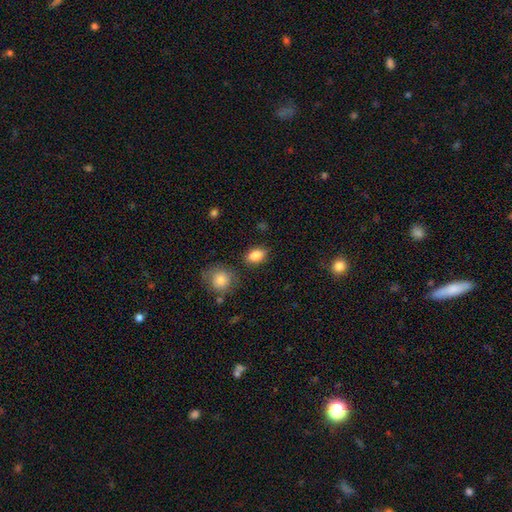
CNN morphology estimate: This is clearly a smooth galaxy (86%). How rounded: clearly in between (85%). Merging: clearly none (83%).